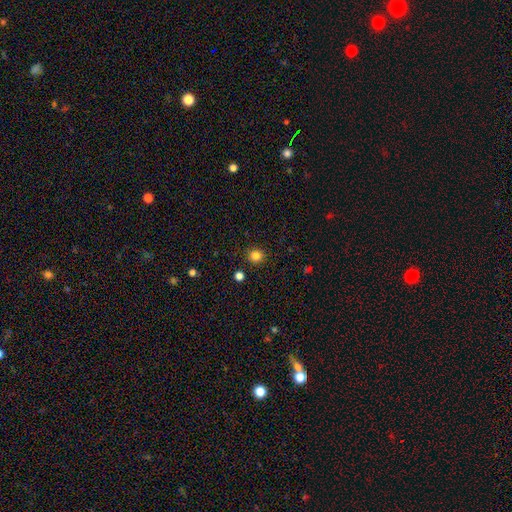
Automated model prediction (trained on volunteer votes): Smooth or featured: smooth — 83% (star or artifact — 13%)
How rounded: round — 88% (in between — 11%)
Merging: none — 89% (minor disturbance — 7%)